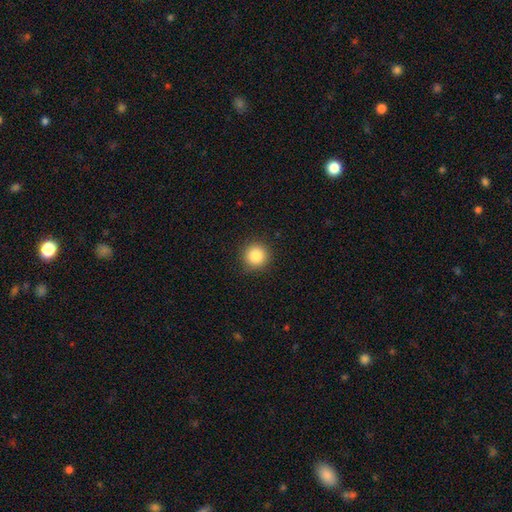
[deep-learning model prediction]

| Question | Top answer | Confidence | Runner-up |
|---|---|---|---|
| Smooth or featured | smooth | 85% | star or artifact (10%) |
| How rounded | round | 95% | in between (4%) |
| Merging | none | 91% | minor disturbance (6%) |